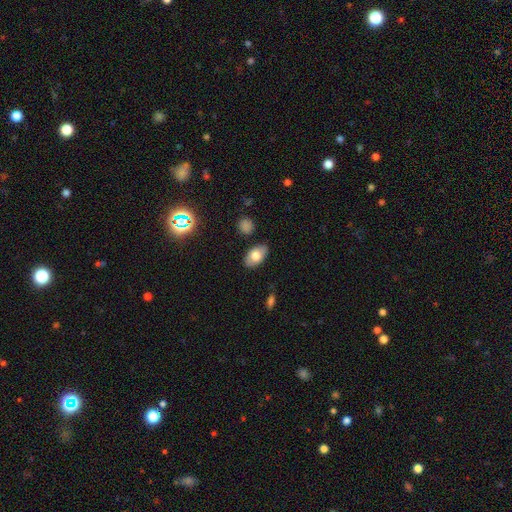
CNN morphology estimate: Smooth or featured?
  - smooth: 72% *
  - featured or disk: 20%
  - star or artifact: 8%
How rounded?
  - in between: 91% *
  - round: 7%
  - cigar-shaped: 2%
Merging?
  - none: 83% *
  - minor disturbance: 13%
  - major disturbance: 3%
  - merger: 2%